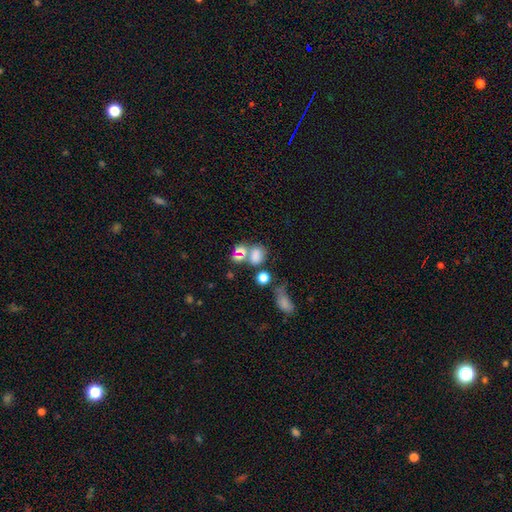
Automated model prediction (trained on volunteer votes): A smooth galaxy with no disk features (70%) that is in between round and cigar-shaped (58%).

Vote fractions:
- Smooth or featured? smooth: 70% / star or artifact: 17% / featured or disk: 12%
- How rounded? in between: 58% / round: 40% / cigar-shaped: 2%
- Merging? merger: 43% / none: 36% / minor disturbance: 12% / major disturbance: 9%